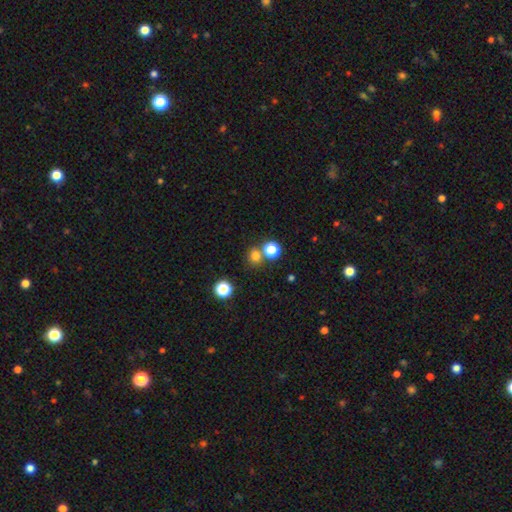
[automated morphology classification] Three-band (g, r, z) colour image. It shows a smooth galaxy with no disk features (74%) that is round (82%). Merging: none (67%).